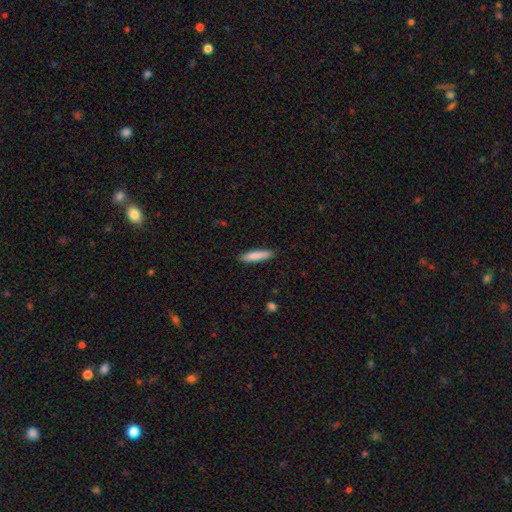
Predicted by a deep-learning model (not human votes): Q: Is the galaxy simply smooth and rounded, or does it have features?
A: smooth — 83%.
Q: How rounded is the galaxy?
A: cigar-shaped — 84%.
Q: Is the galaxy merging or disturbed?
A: none — 88%.